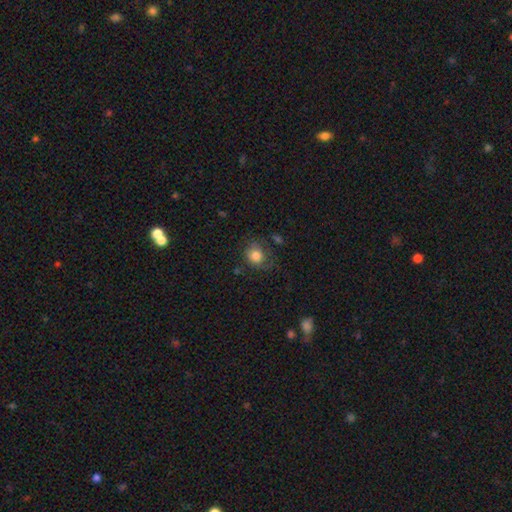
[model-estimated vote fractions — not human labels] Q: Smooth or featured?
A: smooth (80%); runner-up: featured or disk (11%)
Q: How rounded?
A: round (72%); runner-up: in between (27%)
Q: Merging?
A: none (56%); runner-up: minor disturbance (26%)